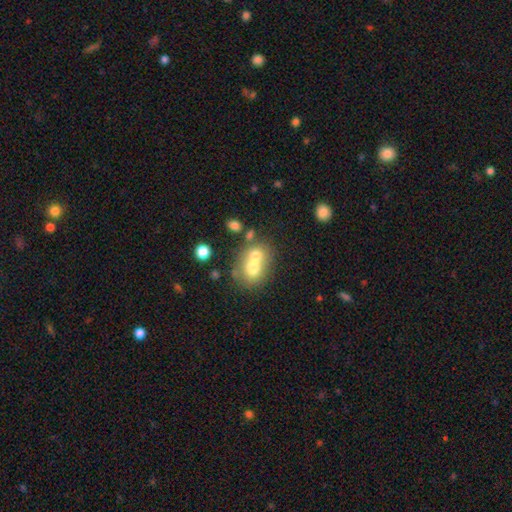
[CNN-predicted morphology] Smooth or featured?
  - smooth: 67% *
  - featured or disk: 22%
  - star or artifact: 11%
How rounded?
  - round: 64% *
  - in between: 35%
  - cigar-shaped: 1%
Merging?
  - merger: 63% *
  - none: 27%
  - minor disturbance: 7%
  - major disturbance: 3%